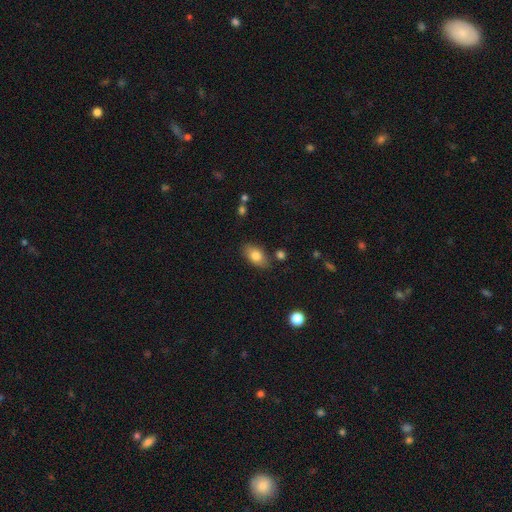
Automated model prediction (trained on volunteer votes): Smooth or featured? smooth (80%)
How rounded? in between (89%)
Merging? none (81%)